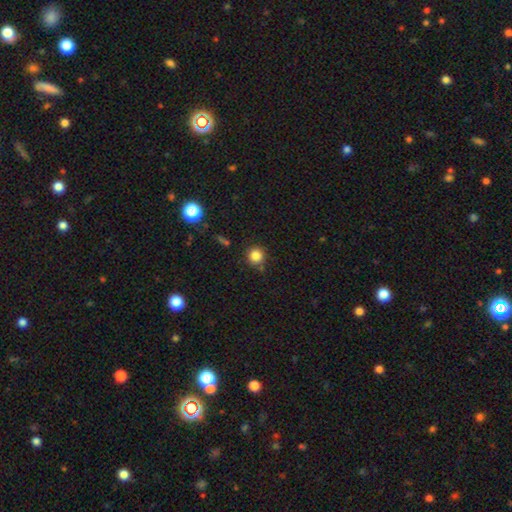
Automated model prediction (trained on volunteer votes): smooth 84%, star or artifact 12%, featured or disk 5%. Down the decision tree: how rounded — round (93%); merging — none (81%).